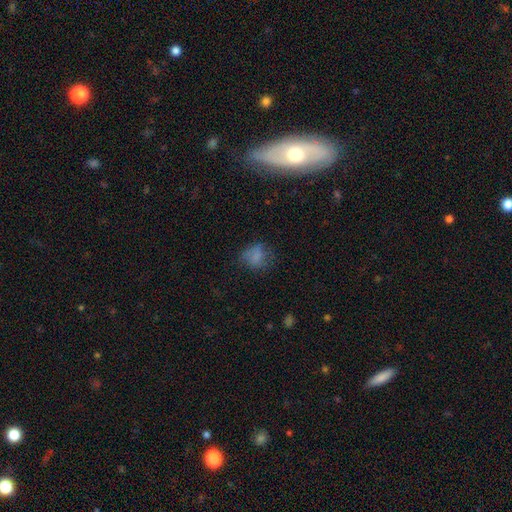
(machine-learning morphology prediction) This appears to be a smooth galaxy with no disk features (72%) that is round (60%). Merging: none (58%).